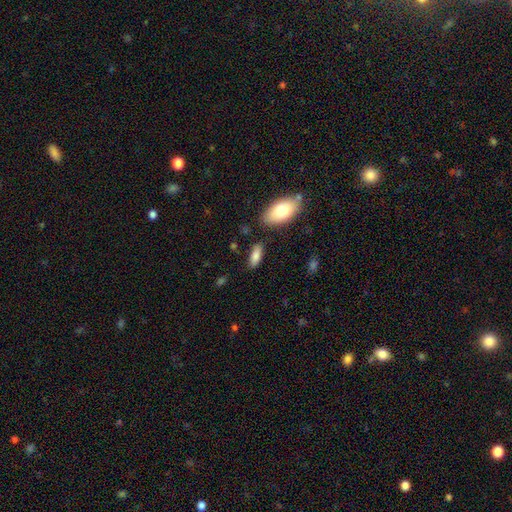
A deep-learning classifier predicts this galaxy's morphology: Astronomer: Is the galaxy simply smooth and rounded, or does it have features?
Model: smooth — 82%.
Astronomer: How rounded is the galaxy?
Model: in between — 72%.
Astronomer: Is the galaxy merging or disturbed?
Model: none — 78%.